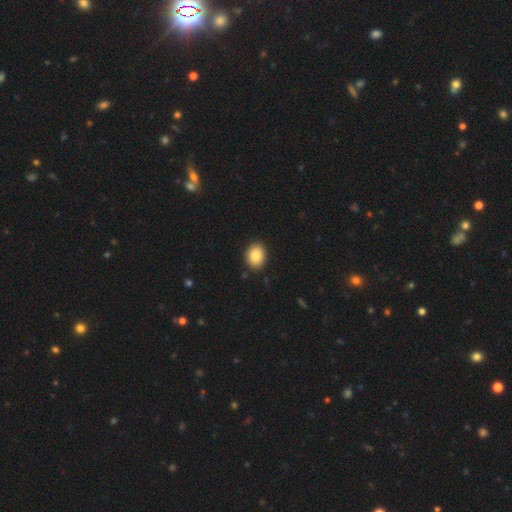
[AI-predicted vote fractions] Smooth or featured? smooth (87%)
How rounded? in between (55%)
Merging? none (90%)